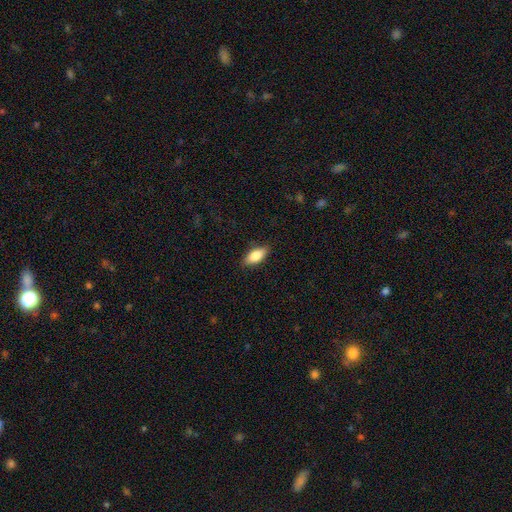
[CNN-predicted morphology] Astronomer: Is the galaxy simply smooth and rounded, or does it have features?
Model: smooth — 82%.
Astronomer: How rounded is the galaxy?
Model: in between — 84%.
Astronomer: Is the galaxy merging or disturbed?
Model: none — 86%.